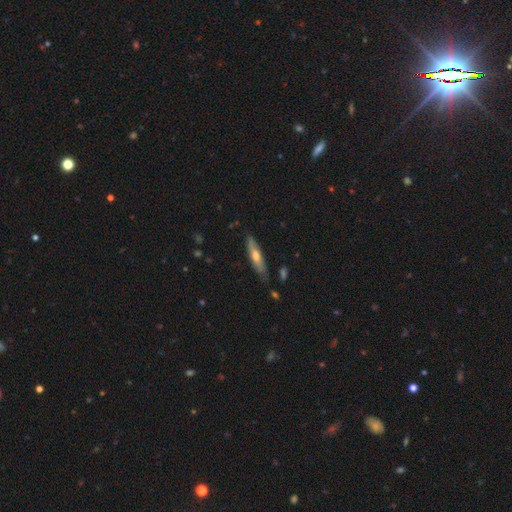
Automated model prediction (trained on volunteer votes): smooth-or-featured: featured or disk: 49% | smooth: 44% | star or artifact: 6%
  merging: none: 78% | minor disturbance: 16% | major disturbance: 3% | merger: 2%